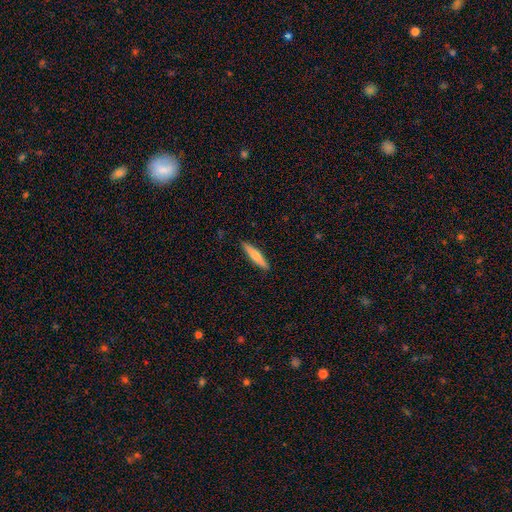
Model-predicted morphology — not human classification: Smooth or featured?
  - smooth: 69% *
  - featured or disk: 25%
  - star or artifact: 5%
How rounded?
  - cigar-shaped: 90% *
  - in between: 9%
  - round: 1%
Merging?
  - none: 91% *
  - minor disturbance: 7%
  - major disturbance: 1%
  - merger: 1%